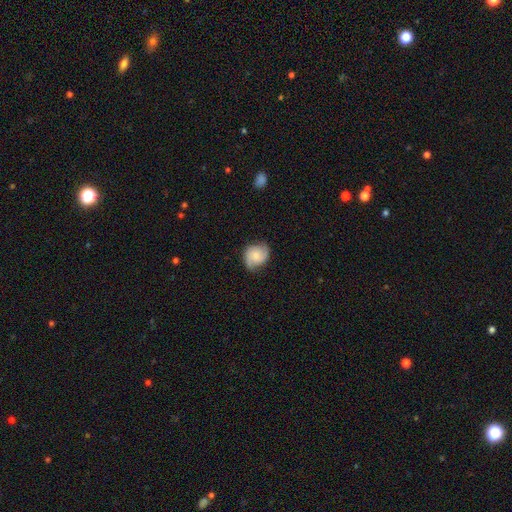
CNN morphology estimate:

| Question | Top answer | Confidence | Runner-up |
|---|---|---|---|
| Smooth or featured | featured or disk | 49% | smooth (43%) |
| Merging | none | 72% | minor disturbance (22%) |